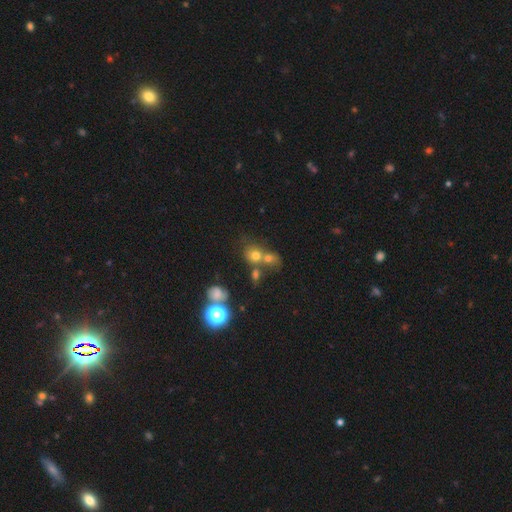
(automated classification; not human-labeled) This is likely a smooth galaxy (66%). How rounded: likely round (71%). Merging: possibly merger (51%).